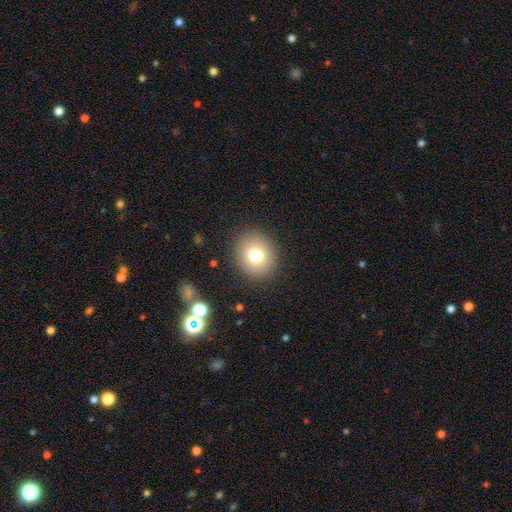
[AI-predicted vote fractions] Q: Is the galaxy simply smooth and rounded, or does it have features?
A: smooth — 75%.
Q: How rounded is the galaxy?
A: round — 77%.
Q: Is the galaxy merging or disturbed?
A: none — 89%.